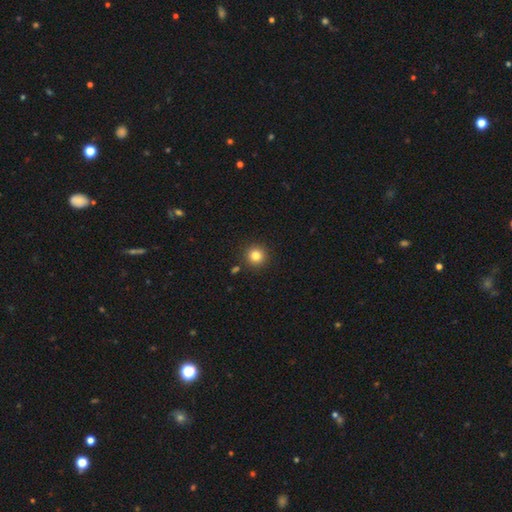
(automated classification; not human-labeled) The model was most divided on "smooth or featured": smooth: 82%, star or artifact: 12%, featured or disk: 6%. More confident: how rounded — round (95%); merging — none (89%).